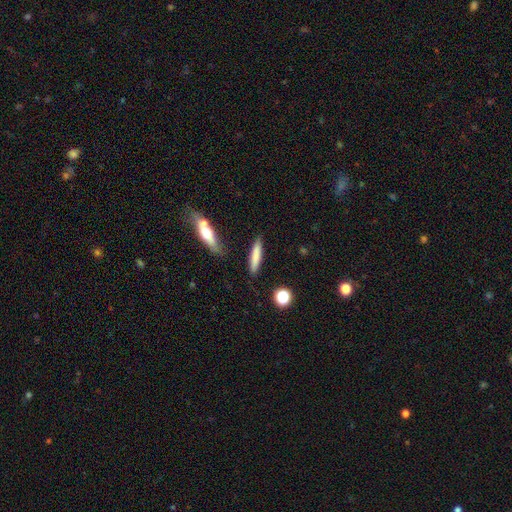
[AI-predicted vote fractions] A smooth galaxy with no disk features (78%) that is cigar-shaped (85%).

Vote fractions:
- Smooth or featured? smooth: 78% / featured or disk: 15% / star or artifact: 7%
- How rounded? cigar-shaped: 85% / in between: 13% / round: 2%
- Merging? none: 85% / minor disturbance: 9% / merger: 3% / major disturbance: 2%